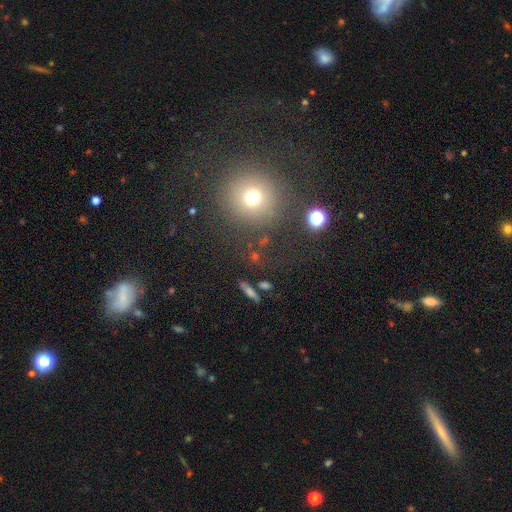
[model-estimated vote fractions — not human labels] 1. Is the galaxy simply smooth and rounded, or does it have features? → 49% smooth, 34% star or artifact, 17% featured or disk.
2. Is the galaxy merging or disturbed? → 79% none, 10% minor disturbance, 7% major disturbance, 5% merger.